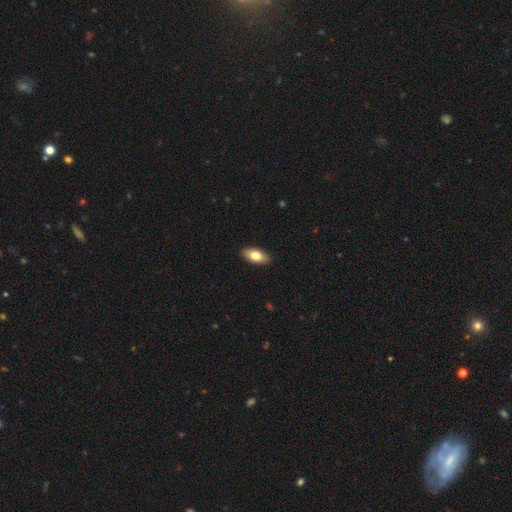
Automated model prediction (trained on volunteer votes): Q: Smooth or featured?
A: smooth (79%); runner-up: featured or disk (15%)
Q: How rounded?
A: in between (90%); runner-up: cigar-shaped (7%)
Q: Merging?
A: none (89%); runner-up: minor disturbance (8%)